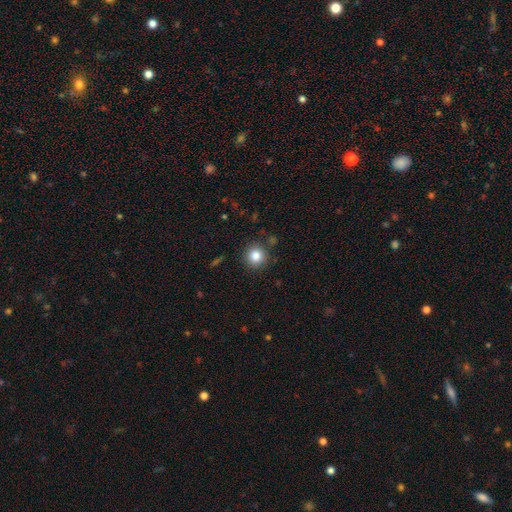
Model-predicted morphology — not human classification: A smooth galaxy with no disk features (84%) that is round (92%).

Vote fractions:
- Smooth or featured? smooth: 84% / star or artifact: 11% / featured or disk: 6%
- How rounded? round: 92% / in between: 7% / cigar-shaped: 1%
- Merging? none: 87% / minor disturbance: 8% / major disturbance: 3% / merger: 2%